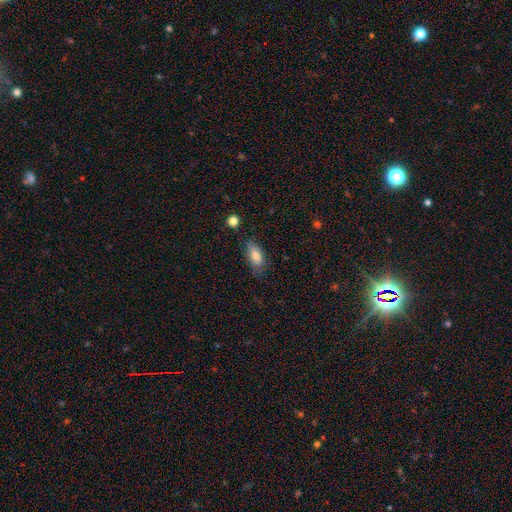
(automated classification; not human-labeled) Smooth or featured?
  - smooth: 81% *
  - featured or disk: 11%
  - star or artifact: 8%
How rounded?
  - in between: 86% *
  - cigar-shaped: 10%
  - round: 4%
Merging?
  - none: 70% *
  - minor disturbance: 23%
  - major disturbance: 5%
  - merger: 2%